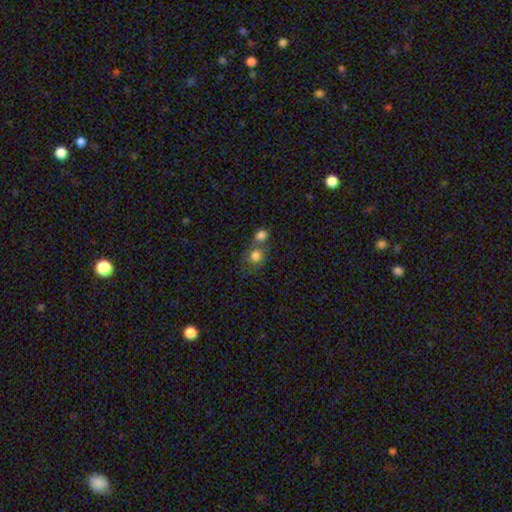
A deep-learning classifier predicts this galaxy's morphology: type=smooth (80%); roundness=round (74%); merging=merger (47%).